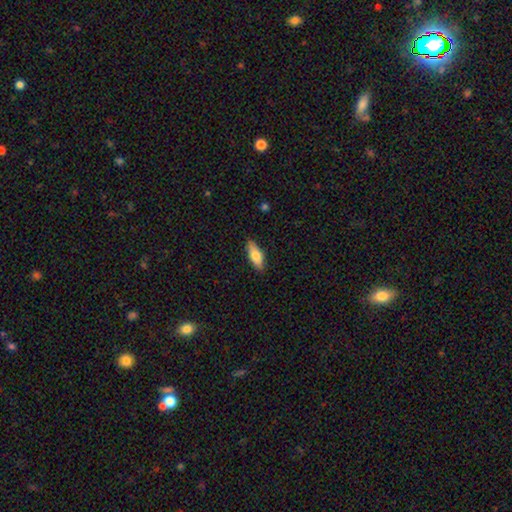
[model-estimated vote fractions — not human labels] Smooth or featured: smooth — 75% (featured or disk — 19%)
How rounded: in between — 70% (cigar-shaped — 27%)
Merging: none — 87% (minor disturbance — 10%)